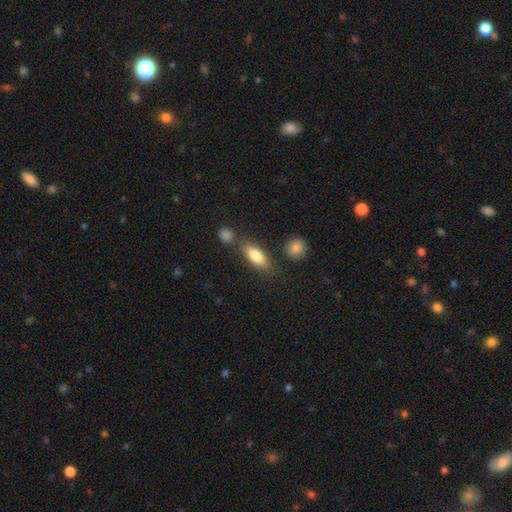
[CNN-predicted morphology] This appears to be a smooth galaxy with no disk features (80%) that is in between round and cigar-shaped (72%). Merging: none (71%).